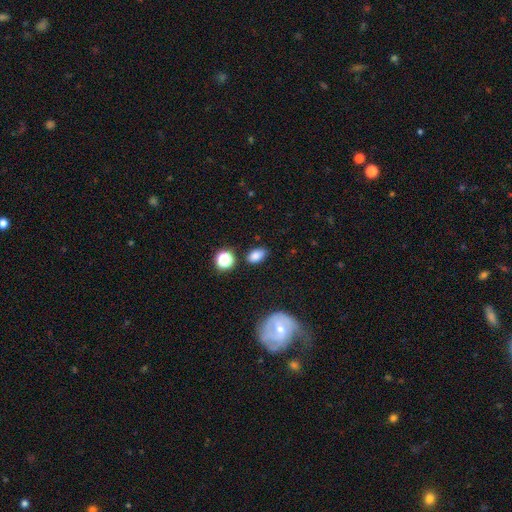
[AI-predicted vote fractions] Smooth or featured? smooth (81%)
How rounded? in between (84%)
Merging? none (78%)